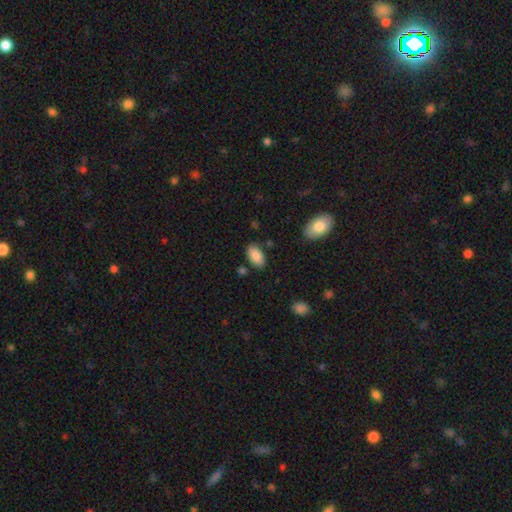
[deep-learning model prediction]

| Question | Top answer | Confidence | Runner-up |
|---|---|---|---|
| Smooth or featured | smooth | 87% | star or artifact (7%) |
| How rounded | in between | 95% | round (3%) |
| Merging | none | 82% | minor disturbance (12%) |